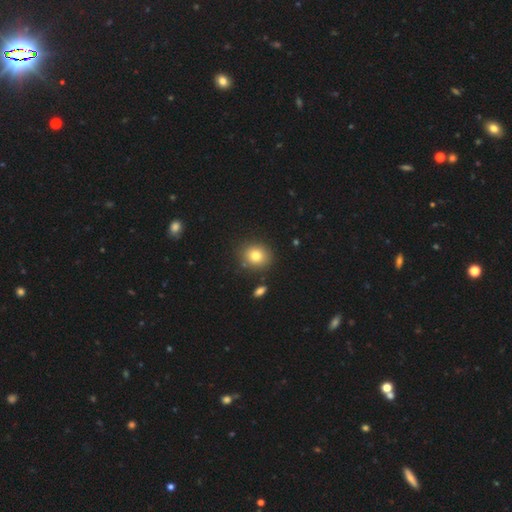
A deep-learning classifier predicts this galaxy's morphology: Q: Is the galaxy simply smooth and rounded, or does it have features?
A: smooth — 79%.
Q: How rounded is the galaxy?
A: round — 74%.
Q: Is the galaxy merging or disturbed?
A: none — 85%.